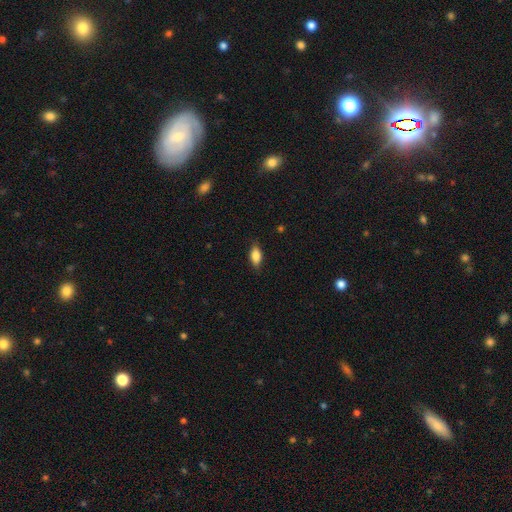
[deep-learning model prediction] smooth_or_featured: smooth (p=0.84) [alt: featured or disk p=0.09]
how_rounded: in between (p=0.88) [alt: cigar-shaped p=0.07]
merging: none (p=0.82) [alt: minor disturbance p=0.14]